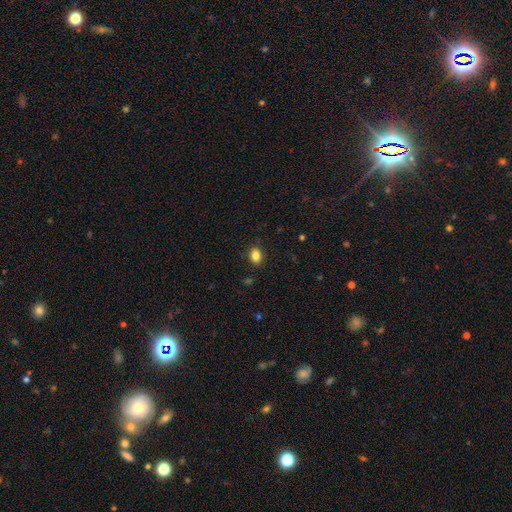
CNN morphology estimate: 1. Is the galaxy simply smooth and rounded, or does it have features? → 84% smooth, 11% star or artifact, 6% featured or disk.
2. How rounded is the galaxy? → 69% in between, 30% round, 1% cigar-shaped.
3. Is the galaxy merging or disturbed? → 87% none, 9% minor disturbance, 2% major disturbance, 1% merger.